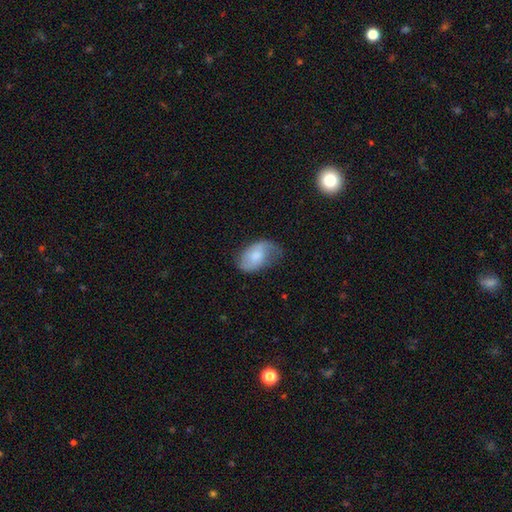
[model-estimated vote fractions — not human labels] smooth_or_featured: smooth (p=0.55) [alt: featured or disk p=0.38]
how_rounded: in between (p=0.91) [alt: round p=0.08]
merging: none (p=0.46) [alt: minor disturbance p=0.35]